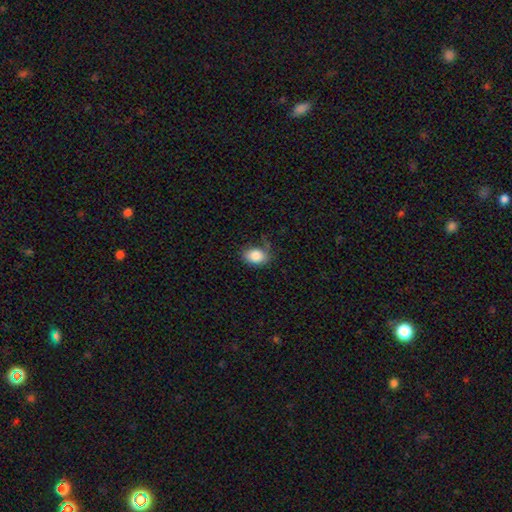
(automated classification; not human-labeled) Morphology: type=smooth (85%); roundness=in between (77%); merging=none (61%).